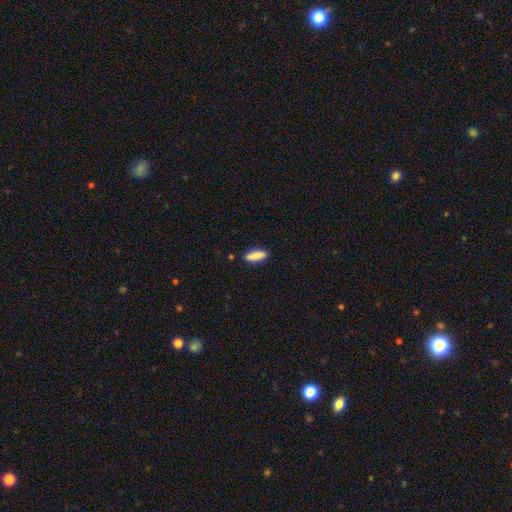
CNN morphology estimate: Smooth or featured?
  - smooth: 87% *
  - featured or disk: 6%
  - star or artifact: 6%
How rounded?
  - in between: 54% *
  - cigar-shaped: 44%
  - round: 2%
Merging?
  - none: 87% *
  - minor disturbance: 10%
  - major disturbance: 2%
  - merger: 2%